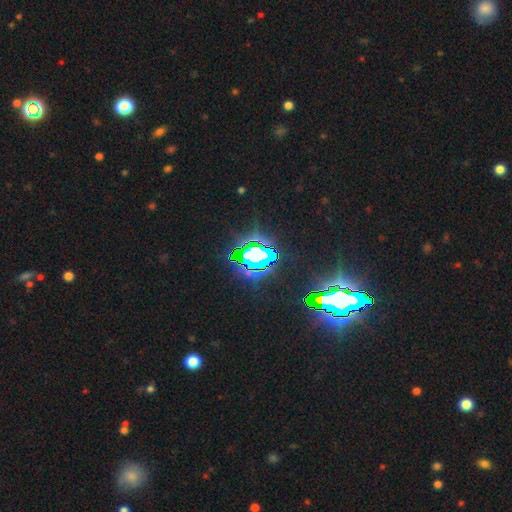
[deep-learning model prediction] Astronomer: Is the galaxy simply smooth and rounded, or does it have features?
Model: star or artifact — 68%.